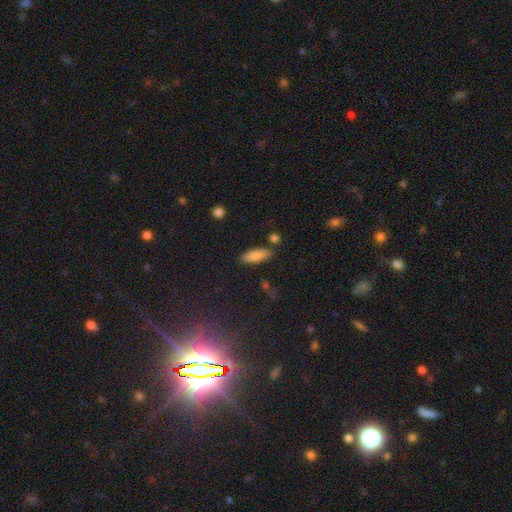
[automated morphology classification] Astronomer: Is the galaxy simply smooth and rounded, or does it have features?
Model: smooth — 85%.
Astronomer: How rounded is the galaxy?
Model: in between — 68%.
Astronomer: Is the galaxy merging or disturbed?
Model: none — 81%.